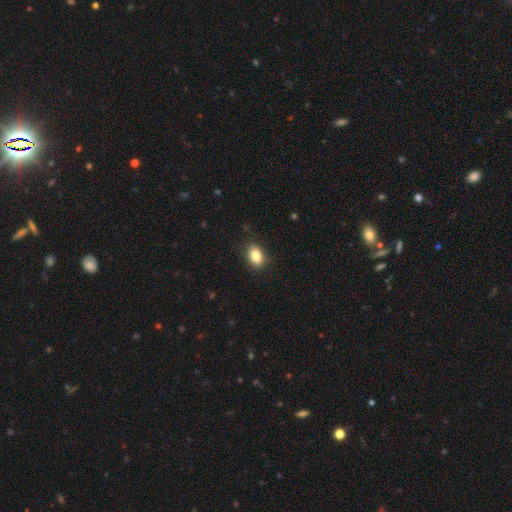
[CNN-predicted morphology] Smooth or featured?
  - smooth: 86% *
  - star or artifact: 8%
  - featured or disk: 6%
How rounded?
  - in between: 88% *
  - round: 10%
  - cigar-shaped: 2%
Merging?
  - none: 86% *
  - minor disturbance: 11%
  - major disturbance: 3%
  - merger: 1%